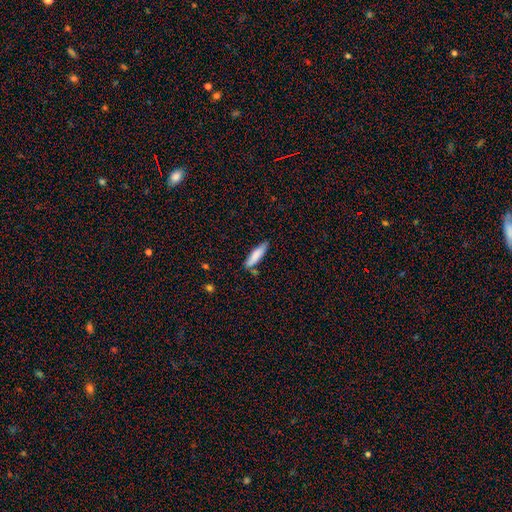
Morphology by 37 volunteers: This appears to be a smooth galaxy with no disk features (65%) that is cigar-shaped (75%). Merging: none (72%).